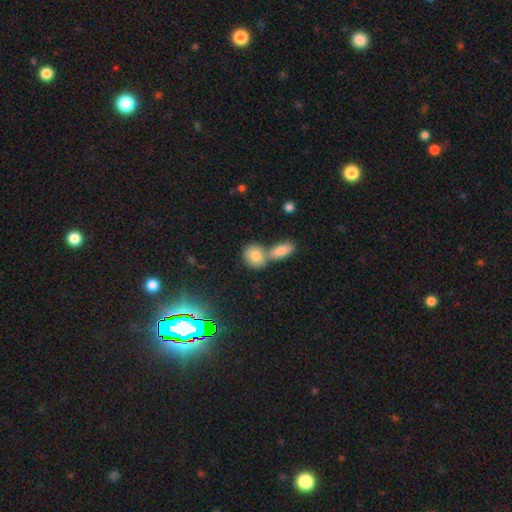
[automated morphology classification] Smooth or featured? Predicted: smooth (p=0.80). How rounded? Predicted: round (p=0.53). Merging? Predicted: merger (p=0.48).